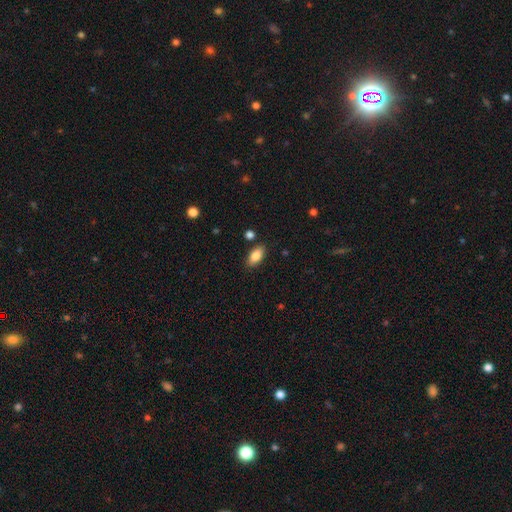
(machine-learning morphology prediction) This appears to be a smooth galaxy with no disk features (85%) that is in between round and cigar-shaped (91%). Merging: none (84%).